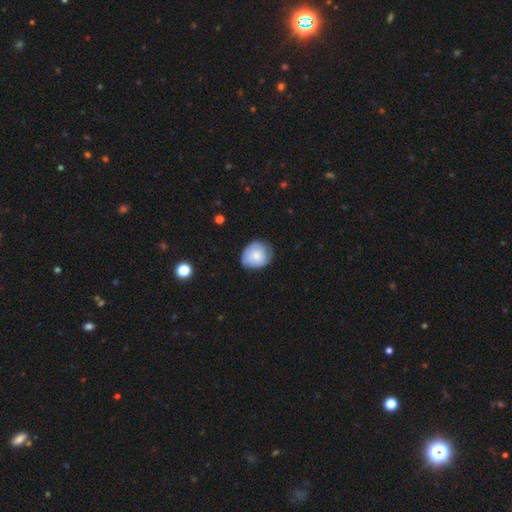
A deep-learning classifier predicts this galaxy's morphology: Q: Smooth or featured?
A: smooth (73%); runner-up: featured or disk (20%)
Q: How rounded?
A: round (73%); runner-up: in between (26%)
Q: Merging?
A: none (67%); runner-up: minor disturbance (26%)